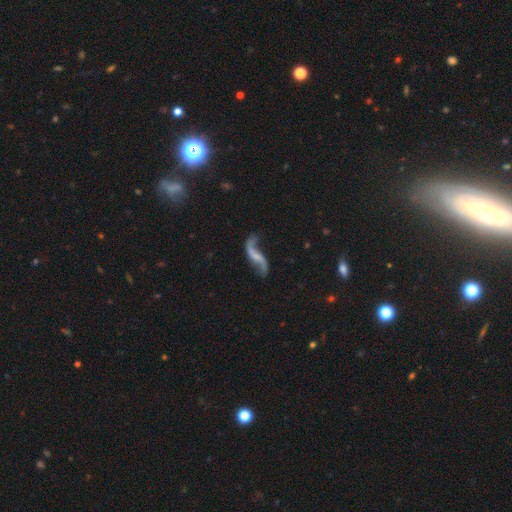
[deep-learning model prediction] Smooth or featured?
  - featured or disk: 87% *
  - smooth: 8%
  - star or artifact: 5%
Edge-on disk?
  - no: 95% *
  - yes: 5%
Bar?
  - no: 44% *
  - weak: 38%
  - strong: 18%
Spiral arms?
  - yes: 94% *
  - no: 6%
Spiral winding?
  - loose: 94% *
  - medium: 5%
  - tight: 2%
Spiral arm count?
  - 2: 92% *
  - 1: 4%
  - can't tell: 1%
  - 3: 1%
  - 4: 1%
  - more than 4: 1%
Bulge size?
  - none: 45% *
  - small: 37%
  - moderate: 14%
  - large: 3%
  - dominant: 1%
Merging?
  - none: 70% *
  - minor disturbance: 16%
  - major disturbance: 10%
  - merger: 5%